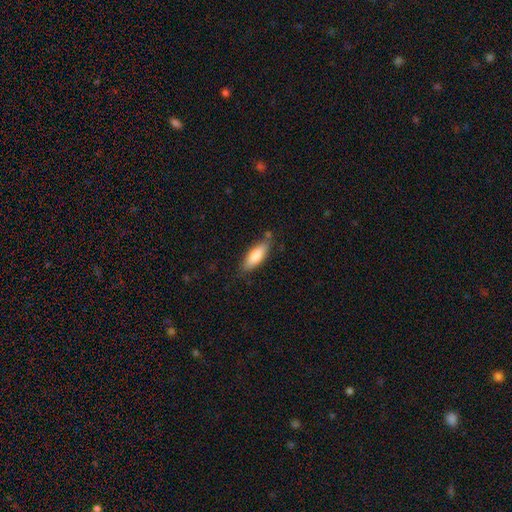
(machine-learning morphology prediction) This appears to be a smooth galaxy with no disk features (79%) that is in between round and cigar-shaped (61%). Merging: none (75%).